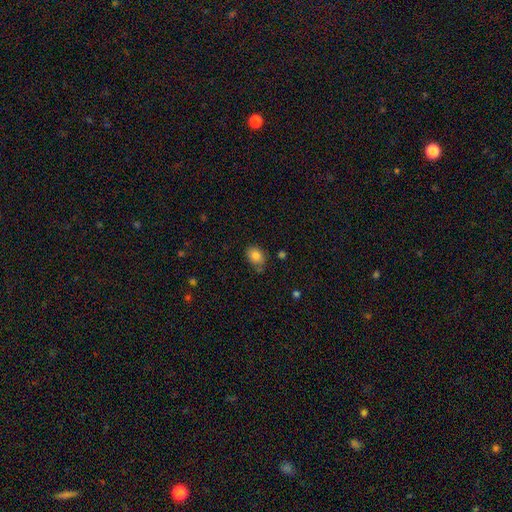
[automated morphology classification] A smooth galaxy with no disk features (82%) that is in between round and cigar-shaped (63%).

Vote fractions:
- Smooth or featured? smooth: 82% / star or artifact: 10% / featured or disk: 8%
- How rounded? in between: 63% / round: 36% / cigar-shaped: 1%
- Merging? none: 70% / minor disturbance: 22% / merger: 4% / major disturbance: 4%